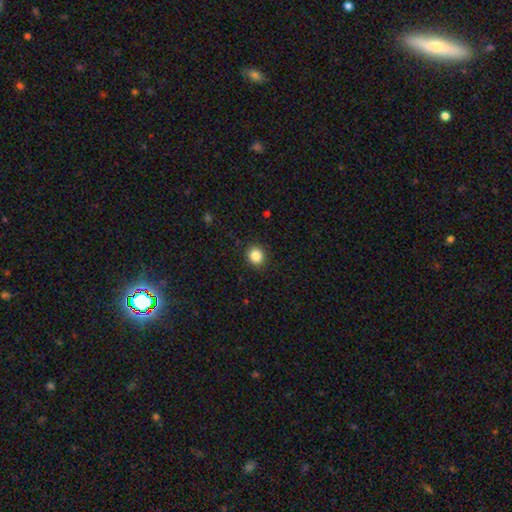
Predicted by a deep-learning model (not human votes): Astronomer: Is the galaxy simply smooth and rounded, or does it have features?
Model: smooth — 86%.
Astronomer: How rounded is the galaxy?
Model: round — 80%.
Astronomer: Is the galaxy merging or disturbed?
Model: none — 91%.